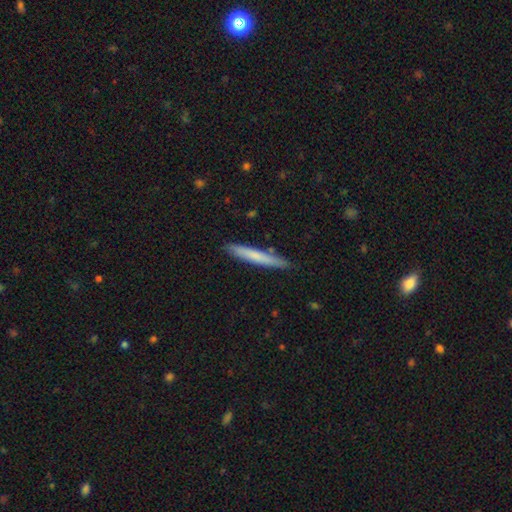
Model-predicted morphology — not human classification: smooth-or-featured: smooth: 68% | featured or disk: 26% | star or artifact: 6%
  how-rounded: cigar-shaped: 96% | in between: 3% | round: 1%
  merging: none: 88% | minor disturbance: 9% | merger: 2% | major disturbance: 1%